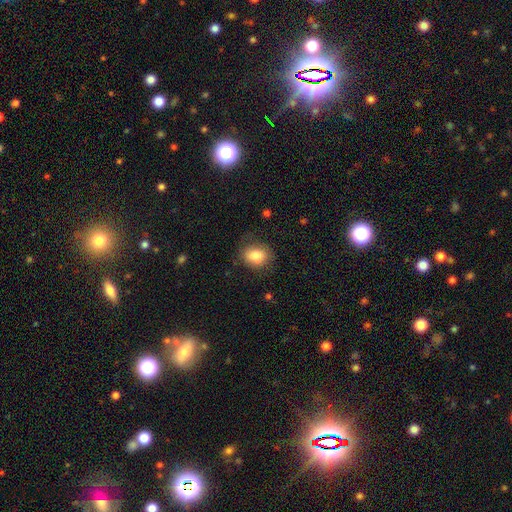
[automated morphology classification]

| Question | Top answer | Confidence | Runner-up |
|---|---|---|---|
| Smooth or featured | smooth | 81% | featured or disk (10%) |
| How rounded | in between | 54% | round (45%) |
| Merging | none | 76% | minor disturbance (17%) |